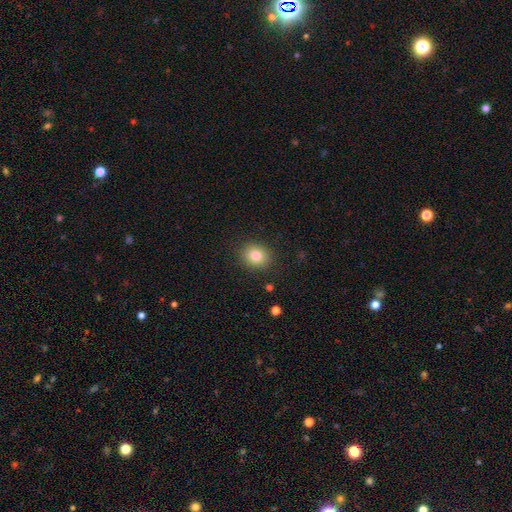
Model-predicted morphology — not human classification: Smooth or featured? smooth (82%)
How rounded? round (70%)
Merging? none (88%)